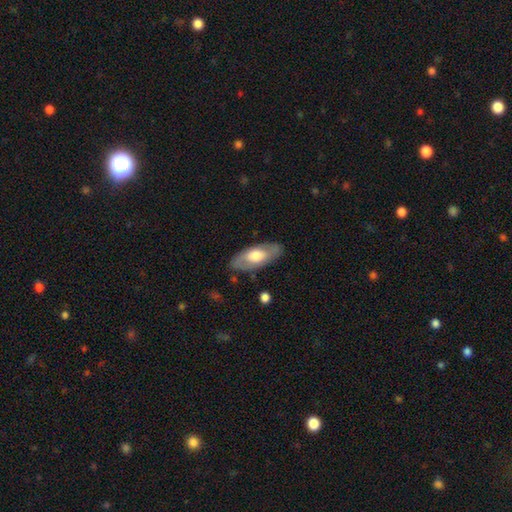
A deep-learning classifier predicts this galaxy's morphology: A smooth galaxy with no disk features (49%).

Vote fractions:
- Smooth or featured? smooth: 49% / featured or disk: 45% / star or artifact: 5%
- Merging? none: 82% / minor disturbance: 13% / major disturbance: 4% / merger: 2%